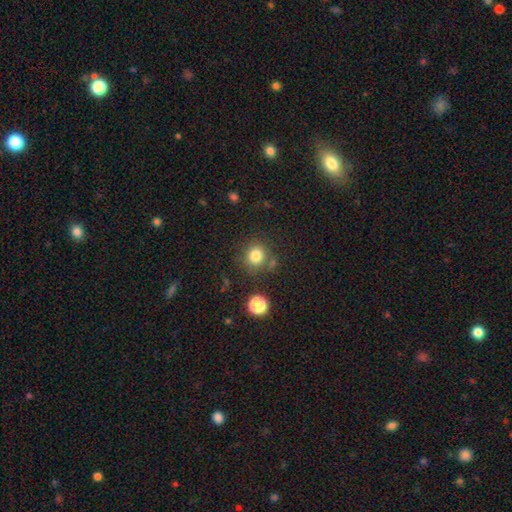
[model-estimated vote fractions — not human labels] A smooth galaxy with no disk features (81%) that is round (90%).

Vote fractions:
- Smooth or featured? smooth: 81% / star or artifact: 13% / featured or disk: 6%
- How rounded? round: 90% / in between: 10% / cigar-shaped: 1%
- Merging? none: 77% / minor disturbance: 10% / merger: 8% / major disturbance: 4%